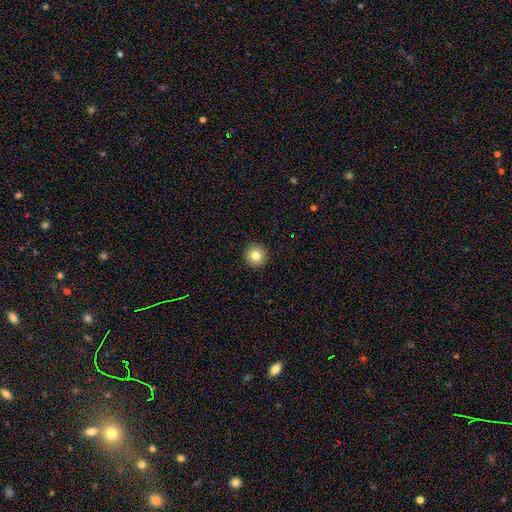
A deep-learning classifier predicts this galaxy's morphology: smooth_or_featured: smooth (p=0.81) [alt: star or artifact p=0.10]
how_rounded: round (p=0.95) [alt: in between p=0.04]
merging: none (p=0.93) [alt: minor disturbance p=0.05]